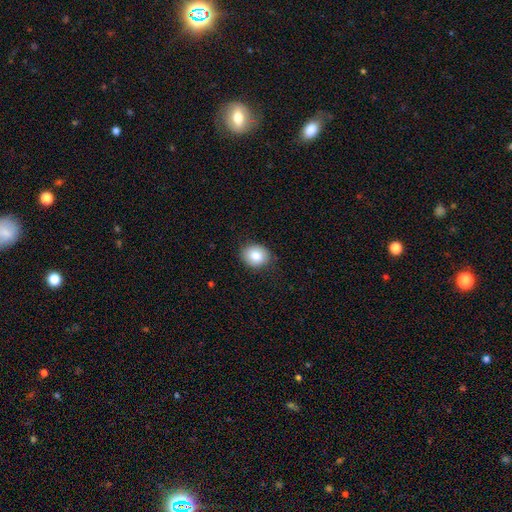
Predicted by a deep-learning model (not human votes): Smooth or featured?
  - smooth: 84% *
  - featured or disk: 8%
  - star or artifact: 8%
How rounded?
  - round: 57% *
  - in between: 42%
  - cigar-shaped: 1%
Merging?
  - none: 83% *
  - minor disturbance: 13%
  - major disturbance: 3%
  - merger: 1%